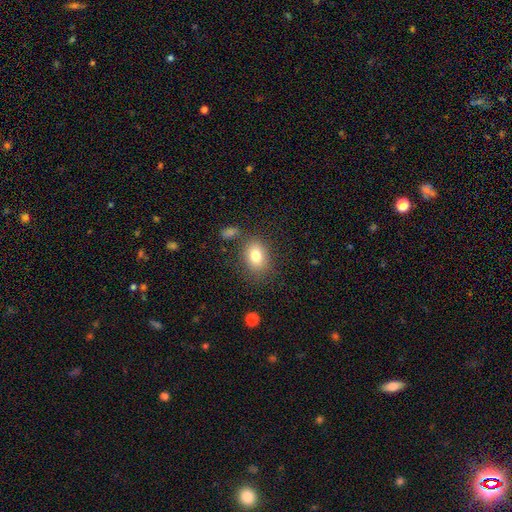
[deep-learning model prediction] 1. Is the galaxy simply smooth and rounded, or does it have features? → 80% smooth, 11% featured or disk, 10% star or artifact.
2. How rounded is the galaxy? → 71% in between, 28% round, 1% cigar-shaped.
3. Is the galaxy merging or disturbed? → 77% none, 13% minor disturbance, 5% merger, 5% major disturbance.